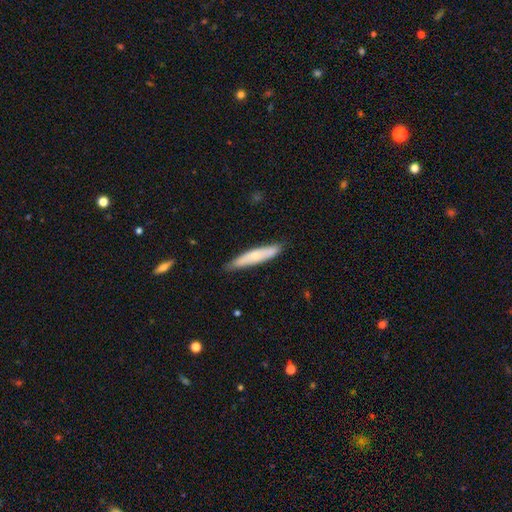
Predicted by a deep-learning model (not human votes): Smooth or featured? smooth (60%)
How rounded? cigar-shaped (86%)
Merging? none (80%)